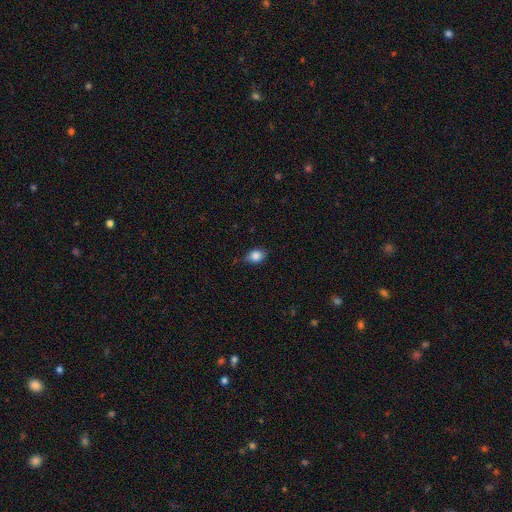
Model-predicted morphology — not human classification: Smooth or featured? smooth (85%)
How rounded? in between (68%)
Merging? none (75%)